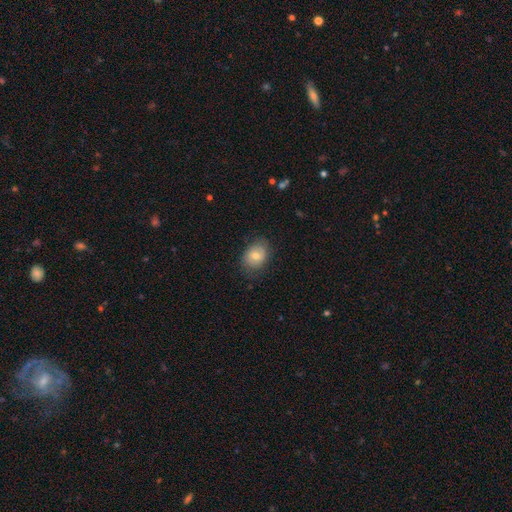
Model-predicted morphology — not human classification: smooth 69%, featured or disk 23%, star or artifact 8%. Down the decision tree: how rounded — in between (63%); merging — none (77%).